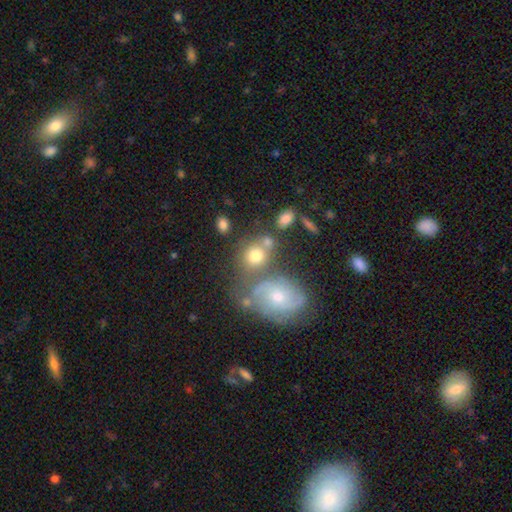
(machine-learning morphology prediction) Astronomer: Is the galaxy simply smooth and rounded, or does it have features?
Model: smooth — 66%.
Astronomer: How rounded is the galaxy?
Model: round — 63%.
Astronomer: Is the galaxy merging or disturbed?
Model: none — 47% (runner-up: merger, 32%).